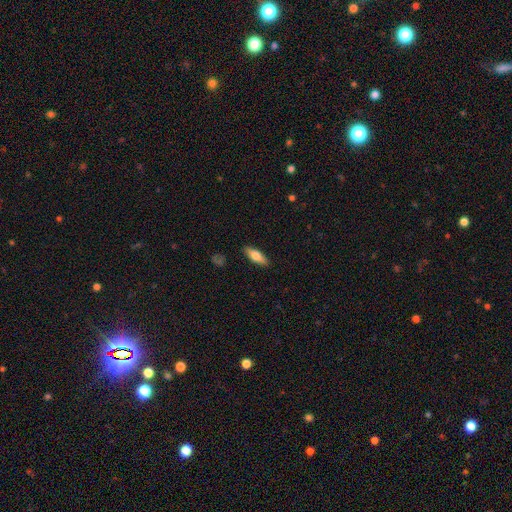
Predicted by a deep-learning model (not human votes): A smooth galaxy with no disk features (66%) that is in between round and cigar-shaped (57%).

Vote fractions:
- Smooth or featured? smooth: 66% / featured or disk: 27% / star or artifact: 6%
- How rounded? in between: 57% / cigar-shaped: 41% / round: 3%
- Merging? none: 89% / minor disturbance: 8% / major disturbance: 2% / merger: 1%